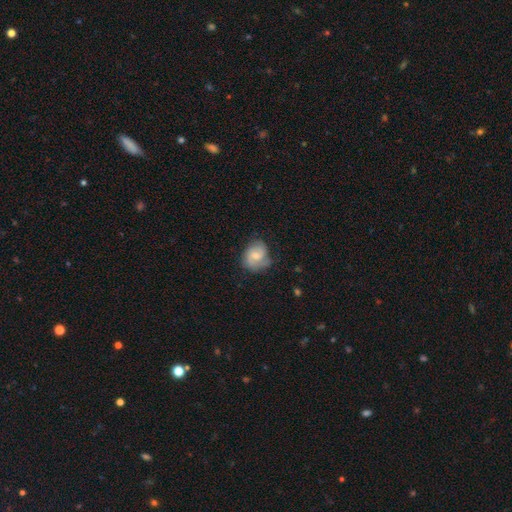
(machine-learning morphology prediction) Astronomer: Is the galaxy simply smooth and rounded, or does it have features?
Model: featured or disk — 52% (runner-up: smooth, 41%).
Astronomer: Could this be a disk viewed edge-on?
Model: no — 97%.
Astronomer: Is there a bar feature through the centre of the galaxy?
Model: no — 56% (runner-up: weak, 38%).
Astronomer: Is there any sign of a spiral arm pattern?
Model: yes — 86%.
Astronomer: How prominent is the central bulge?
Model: moderate — 50% (runner-up: small, 41%).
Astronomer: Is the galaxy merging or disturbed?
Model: none — 59%.